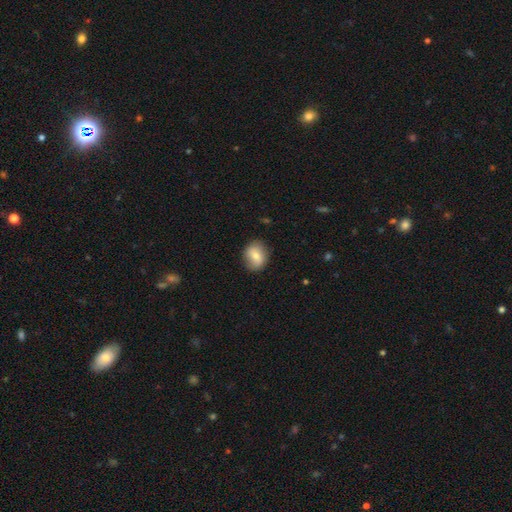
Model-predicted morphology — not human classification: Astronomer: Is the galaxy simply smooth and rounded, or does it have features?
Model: smooth — 73%.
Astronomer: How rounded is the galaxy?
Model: round — 54% (runner-up: in between, 44%).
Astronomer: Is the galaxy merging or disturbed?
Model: none — 82%.